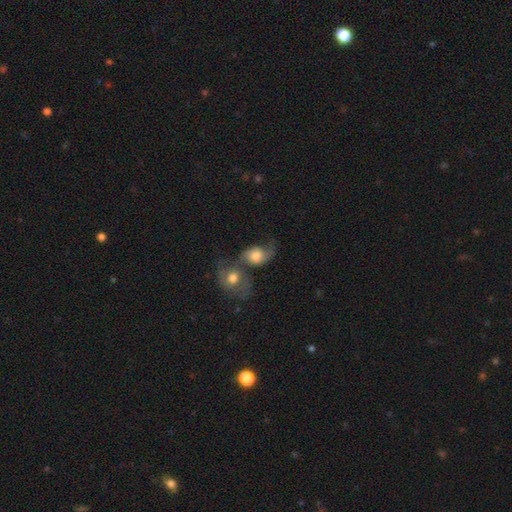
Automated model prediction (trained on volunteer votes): Smooth or featured? featured or disk (49%)
Merging? merger (56%)